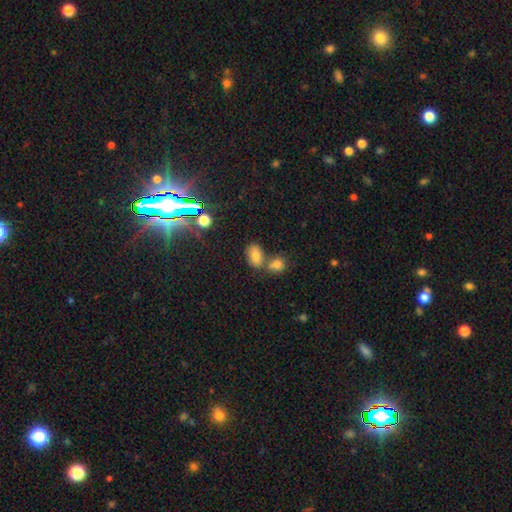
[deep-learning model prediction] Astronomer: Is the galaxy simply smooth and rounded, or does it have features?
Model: smooth — 74%.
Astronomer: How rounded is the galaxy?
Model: in between — 87%.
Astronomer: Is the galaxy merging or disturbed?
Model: none — 50% (runner-up: merger, 37%).